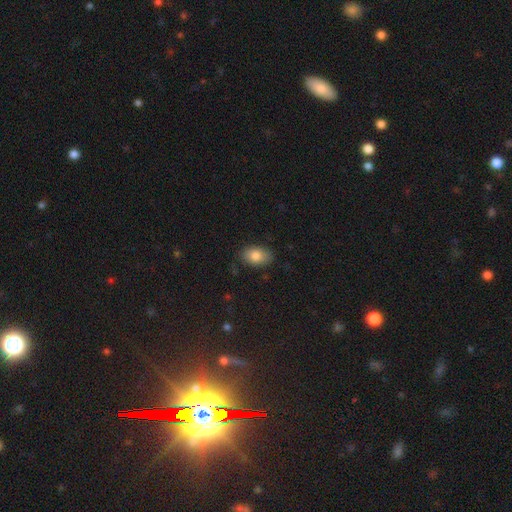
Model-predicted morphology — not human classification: Smooth or featured?
  - smooth: 82% *
  - featured or disk: 11%
  - star or artifact: 8%
How rounded?
  - in between: 88% *
  - round: 11%
  - cigar-shaped: 1%
Merging?
  - none: 84% *
  - minor disturbance: 12%
  - major disturbance: 2%
  - merger: 1%